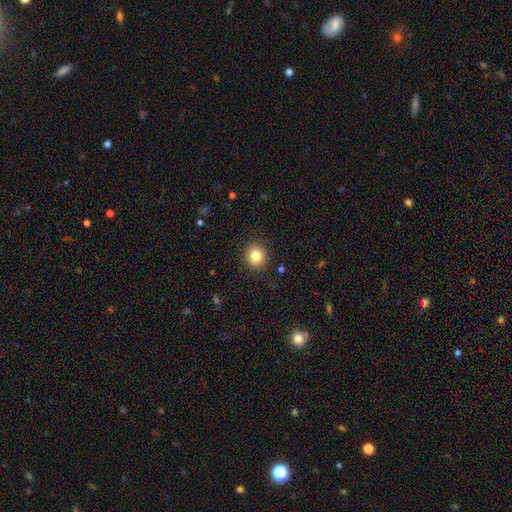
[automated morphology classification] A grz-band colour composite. It shows a smooth galaxy with no disk features (83%) that is round (86%). Merging: none (91%).